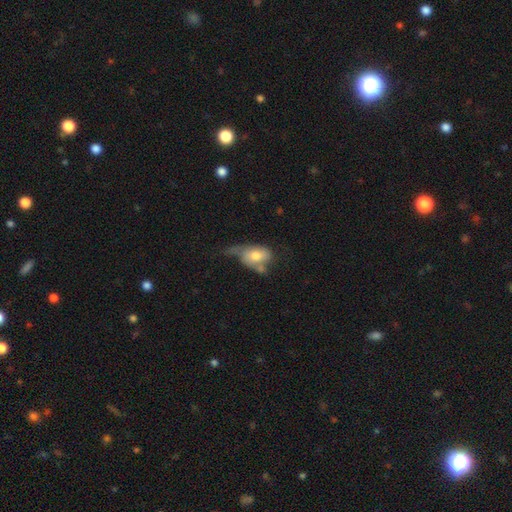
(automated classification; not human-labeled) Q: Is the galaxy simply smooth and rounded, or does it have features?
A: smooth — 57%.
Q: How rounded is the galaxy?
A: in between — 82%.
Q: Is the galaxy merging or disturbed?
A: major disturbance — 35%.